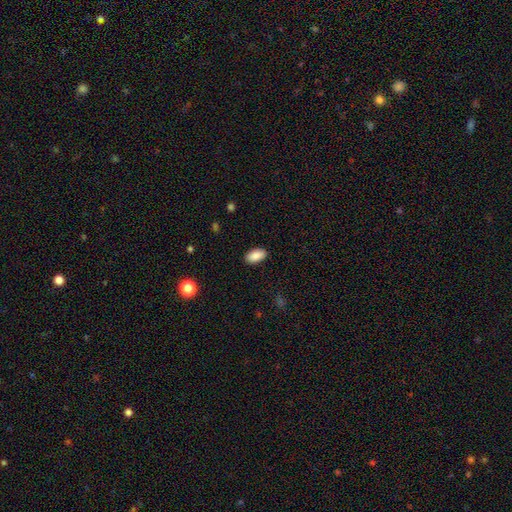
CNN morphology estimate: Smooth or featured? Predicted: smooth (p=0.89). How rounded? Predicted: in between (p=0.94). Merging? Predicted: none (p=0.89).